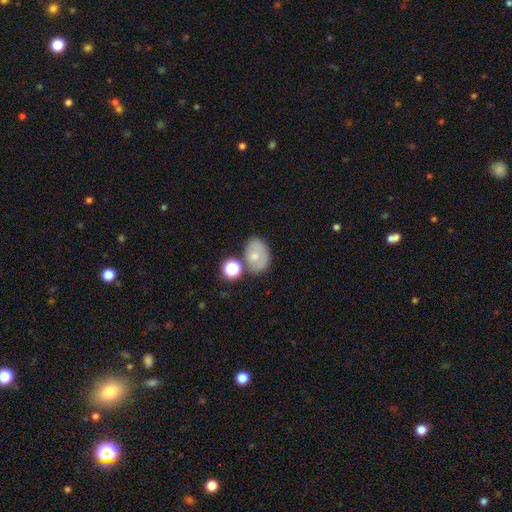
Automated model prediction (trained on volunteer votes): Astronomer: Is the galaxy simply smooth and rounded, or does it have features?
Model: smooth — 62%.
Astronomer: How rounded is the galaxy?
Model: in between — 71%.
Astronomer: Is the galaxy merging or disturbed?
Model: none — 56%.